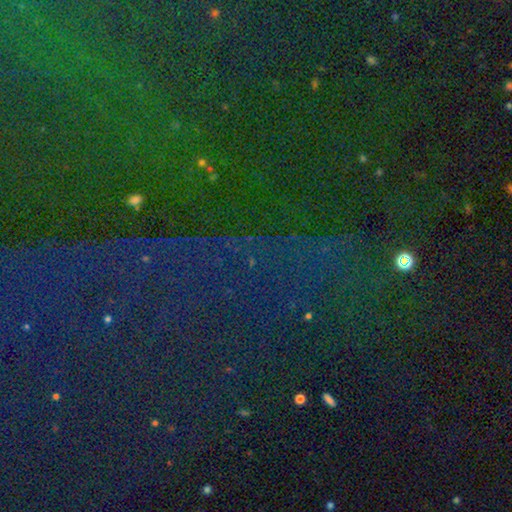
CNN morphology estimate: A star or artifact, not a galaxy (84%).

Vote fractions:
- Smooth or featured? star or artifact: 84% / smooth: 9% / featured or disk: 7%